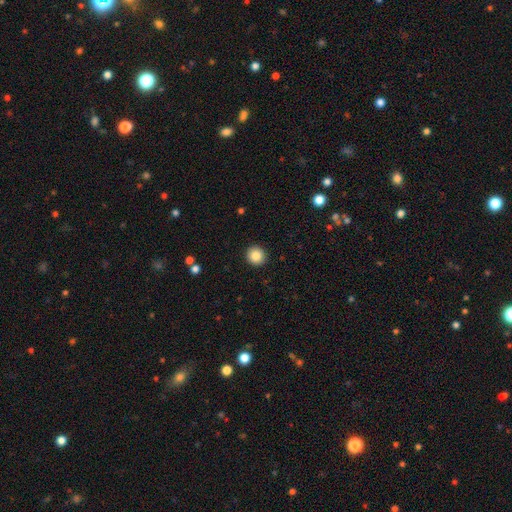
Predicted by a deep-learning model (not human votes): This appears to be a smooth galaxy with no disk features (85%) that is round (91%). Merging: none (93%).